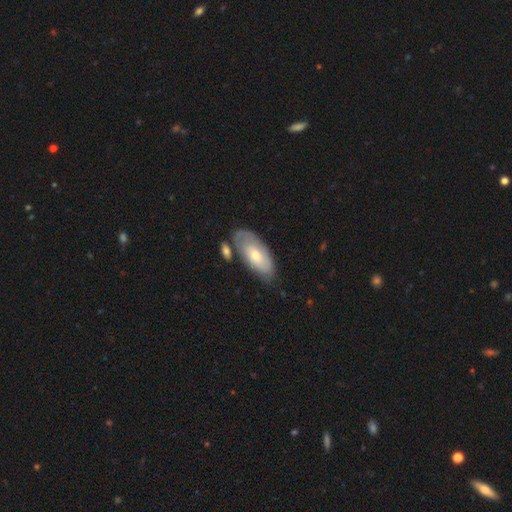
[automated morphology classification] smooth-or-featured: smooth: 59% | featured or disk: 35% | star or artifact: 5%
  how-rounded: in between: 89% | cigar-shaped: 9% | round: 2%
  merging: none: 60% | minor disturbance: 22% | merger: 12% | major disturbance: 7%